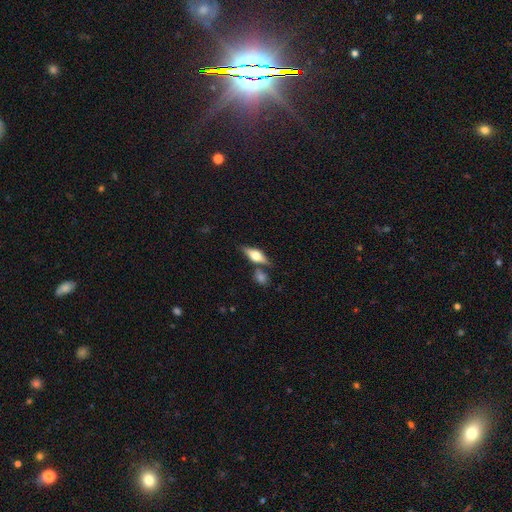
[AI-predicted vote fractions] Q: Smooth or featured?
A: featured or disk (51%); runner-up: smooth (42%)
Q: Edge-on disk?
A: yes (92%); runner-up: no (8%)
Q: Merging?
A: none (70%); runner-up: merger (14%)